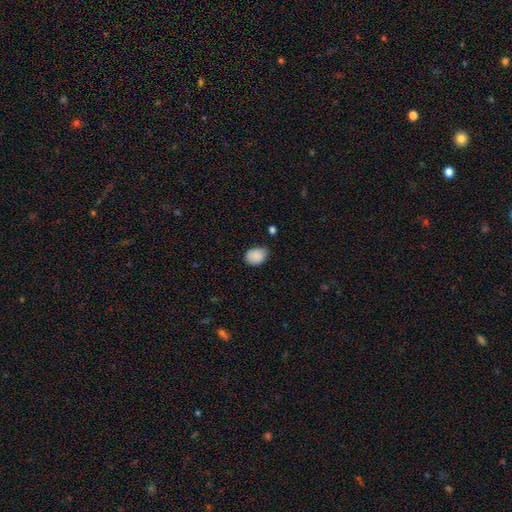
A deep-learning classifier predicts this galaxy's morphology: Q: Smooth or featured?
A: smooth (88%); runner-up: star or artifact (8%)
Q: How rounded?
A: in between (61%); runner-up: round (38%)
Q: Merging?
A: none (63%); runner-up: minor disturbance (30%)